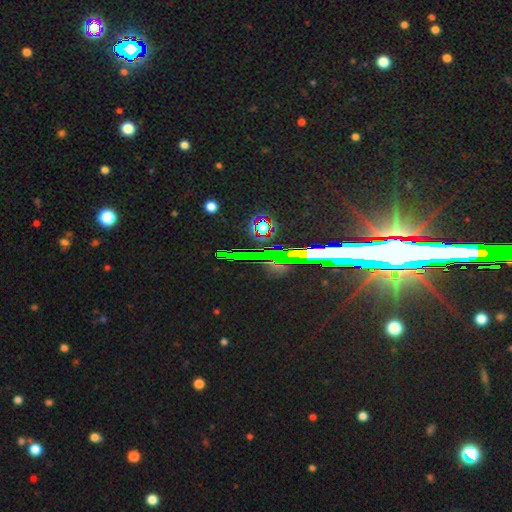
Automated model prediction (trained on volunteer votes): Morphology: type=star or artifact (80%).